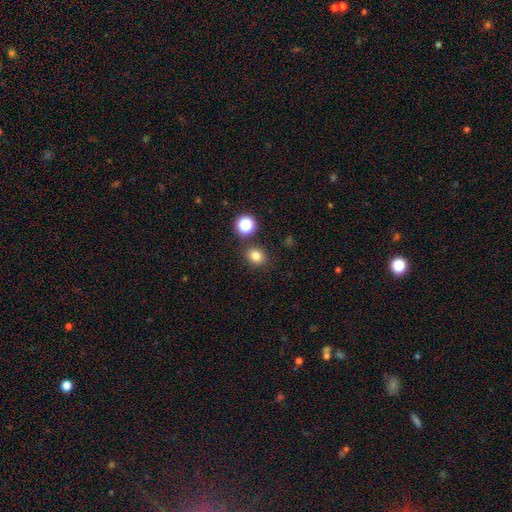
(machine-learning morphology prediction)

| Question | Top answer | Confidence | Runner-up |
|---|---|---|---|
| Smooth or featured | smooth | 80% | star or artifact (15%) |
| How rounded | round | 63% | in between (36%) |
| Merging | none | 83% | minor disturbance (8%) |